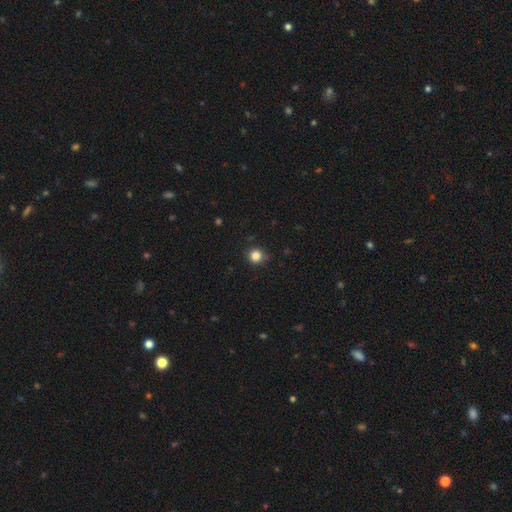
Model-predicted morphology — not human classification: Smooth or featured: smooth — 83% (star or artifact — 12%)
How rounded: round — 91% (in between — 8%)
Merging: none — 83% (minor disturbance — 13%)